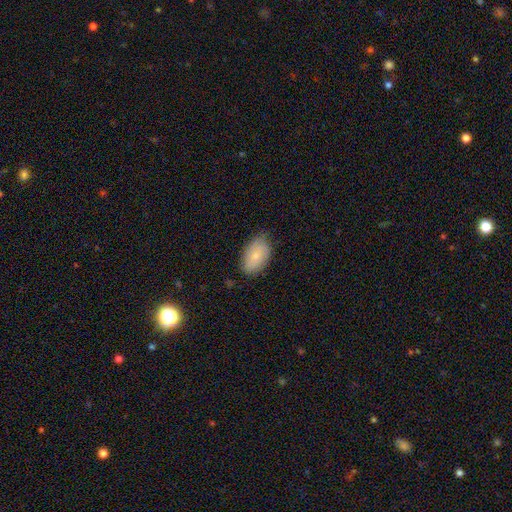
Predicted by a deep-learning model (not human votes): A smooth galaxy with no disk features (76%) that is in between round and cigar-shaped (92%).

Vote fractions:
- Smooth or featured? smooth: 76% / featured or disk: 17% / star or artifact: 7%
- How rounded? in between: 92% / round: 6% / cigar-shaped: 2%
- Merging? none: 74% / minor disturbance: 22% / major disturbance: 4% / merger: 1%